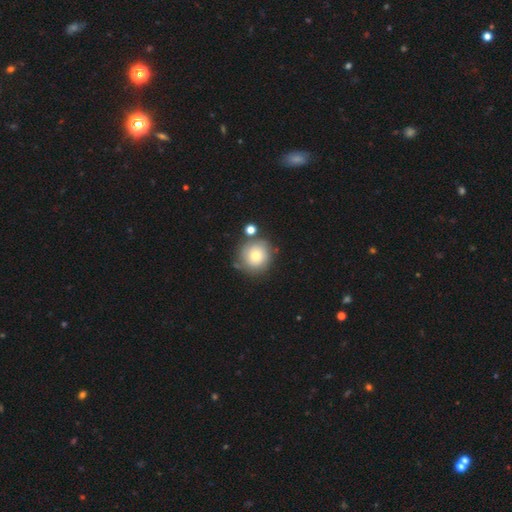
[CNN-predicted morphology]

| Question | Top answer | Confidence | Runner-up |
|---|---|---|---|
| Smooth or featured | smooth | 67% | featured or disk (23%) |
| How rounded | round | 92% | in between (7%) |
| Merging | none | 71% | minor disturbance (14%) |